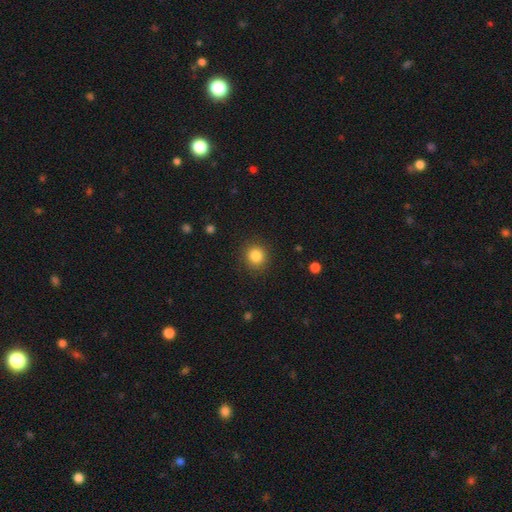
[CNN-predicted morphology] The model was most divided on "smooth or featured": smooth: 84%, star or artifact: 10%, featured or disk: 5%. More confident: merging — none (89%); how rounded — round (89%).